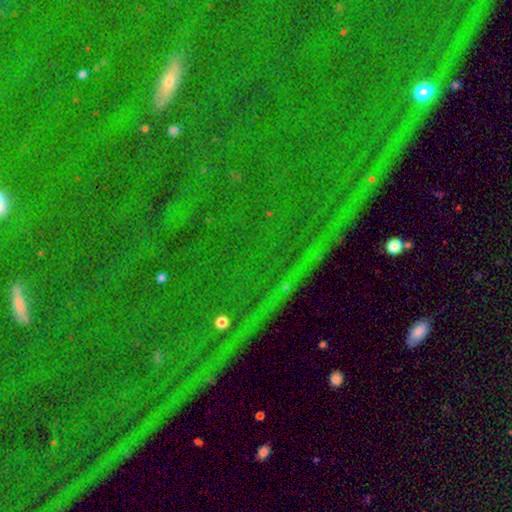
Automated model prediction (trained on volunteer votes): Morphology: type=star or artifact (82%).